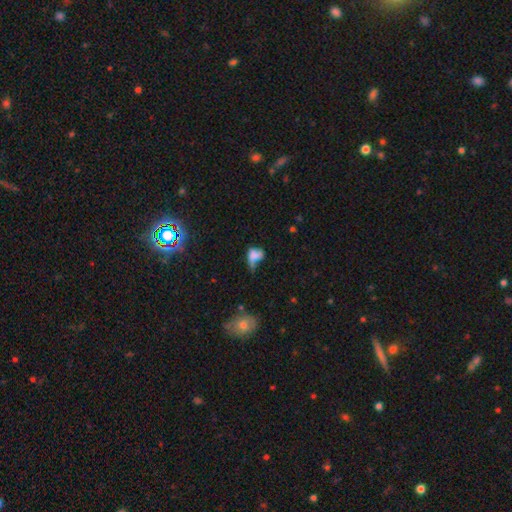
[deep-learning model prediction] Smooth or featured?
  - smooth: 57% *
  - featured or disk: 29%
  - star or artifact: 14%
How rounded?
  - in between: 74% *
  - round: 21%
  - cigar-shaped: 5%
Merging?
  - major disturbance: 37% *
  - merger: 21%
  - none: 21%
  - minor disturbance: 21%